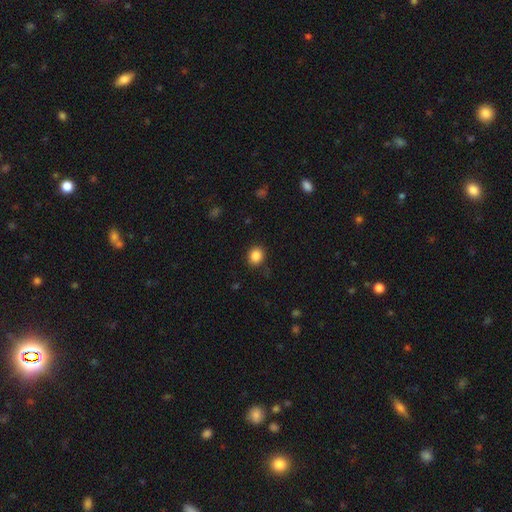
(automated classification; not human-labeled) Smooth or featured? Predicted: smooth (p=0.86). How rounded? Predicted: round (p=0.72). Merging? Predicted: none (p=0.84).